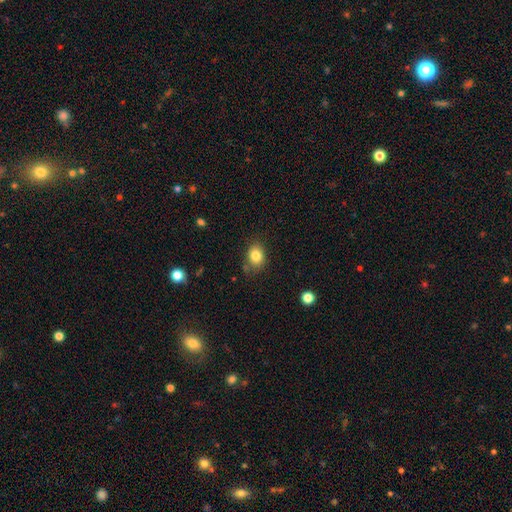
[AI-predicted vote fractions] This appears to be a smooth galaxy with no disk features (83%) that is in between round and cigar-shaped (53%). Merging: none (75%).